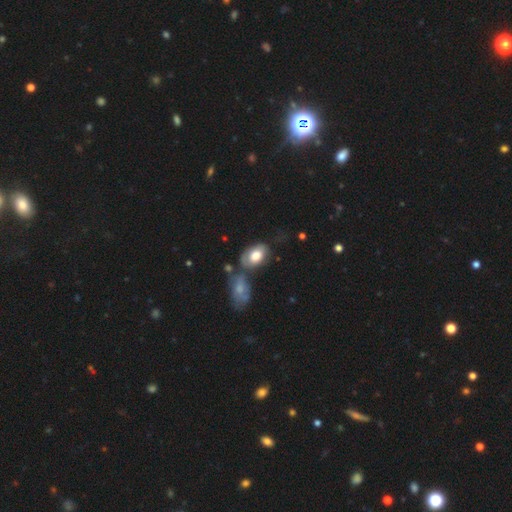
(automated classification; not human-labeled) The model was most divided on "merging": none: 43%, merger: 24%, minor disturbance: 22%, major disturbance: 11%. More confident: how rounded — in between (89%); smooth or featured — smooth (66%).